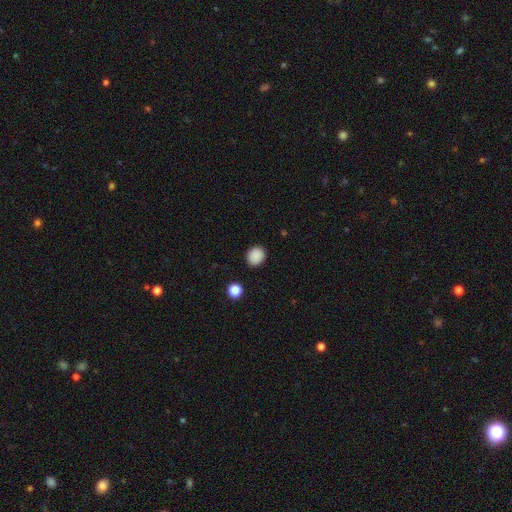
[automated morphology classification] Smooth or featured: smooth — 87% (star or artifact — 10%)
How rounded: round — 72% (in between — 27%)
Merging: none — 88% (minor disturbance — 9%)